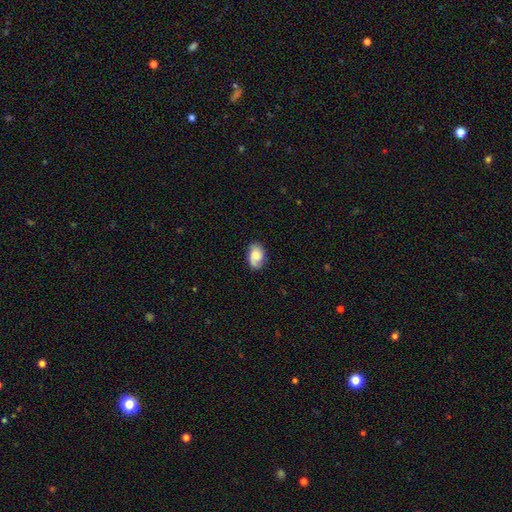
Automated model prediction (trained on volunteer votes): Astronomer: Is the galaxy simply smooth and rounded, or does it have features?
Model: smooth — 67%.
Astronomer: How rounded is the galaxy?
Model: in between — 87%.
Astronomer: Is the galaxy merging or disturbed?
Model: none — 75%.